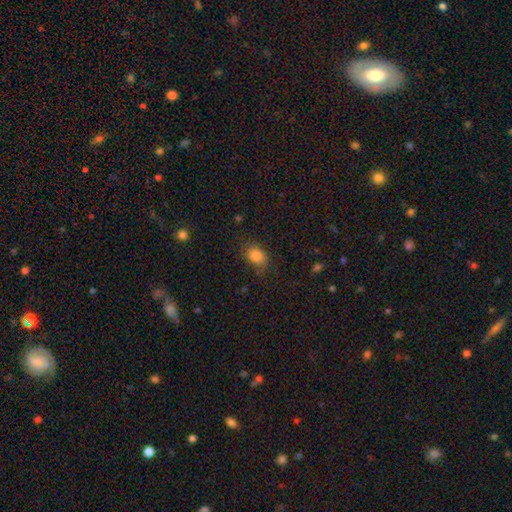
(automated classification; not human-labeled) This appears to be a smooth galaxy with no disk features (84%) that is in between round and cigar-shaped (70%). Merging: none (75%).